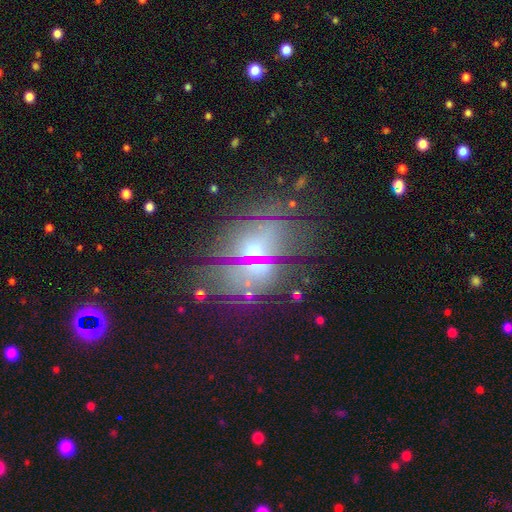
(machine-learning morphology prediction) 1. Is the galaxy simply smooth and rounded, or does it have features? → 38% star or artifact, 34% featured or disk, 28% smooth.